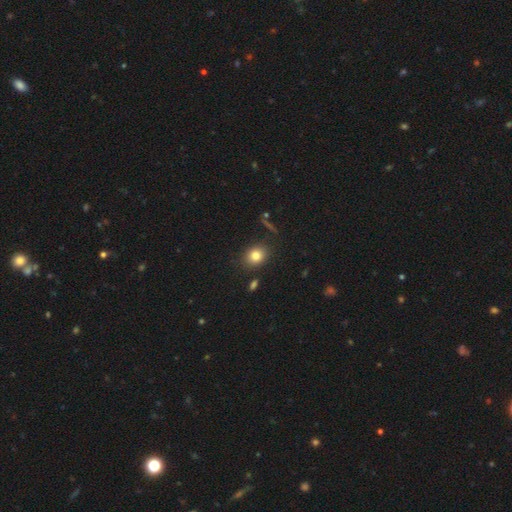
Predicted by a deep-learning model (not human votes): smooth 81%, star or artifact 11%, featured or disk 8%. Down the decision tree: how rounded — round (52%); merging — none (84%).